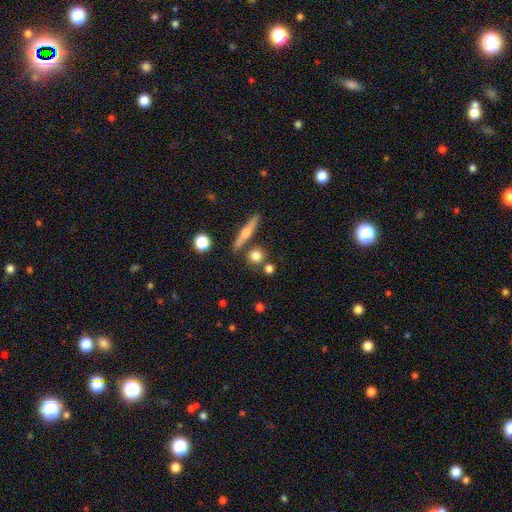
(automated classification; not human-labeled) Morphology: type=smooth (74%); roundness=round (80%); merging=none (75%).